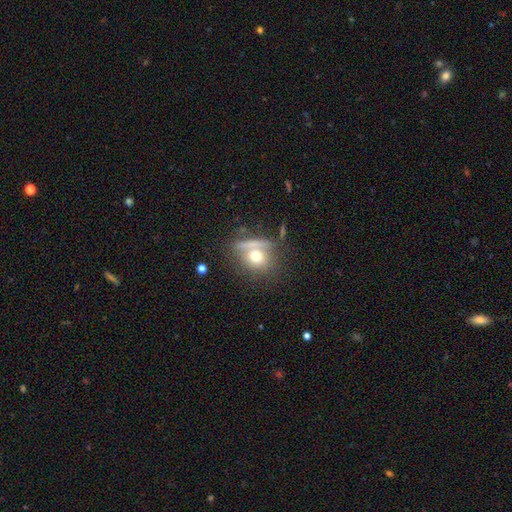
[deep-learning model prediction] A smooth galaxy with no disk features (67%) that is round (76%). Merging: none (52%).